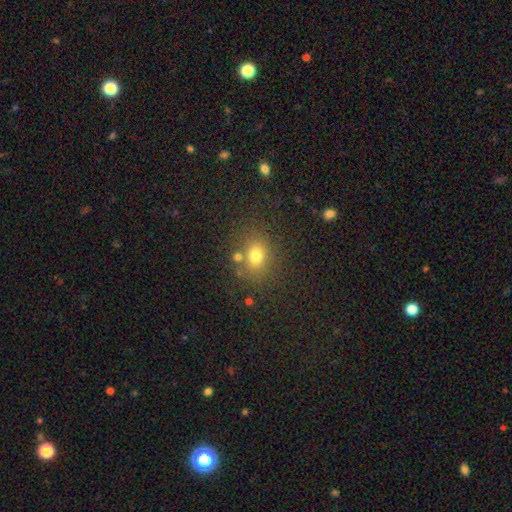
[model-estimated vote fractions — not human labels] Smooth or featured?
  - smooth: 73% *
  - star or artifact: 17%
  - featured or disk: 10%
How rounded?
  - round: 58% *
  - in between: 41%
  - cigar-shaped: 1%
Merging?
  - none: 73% *
  - minor disturbance: 13%
  - merger: 9%
  - major disturbance: 5%